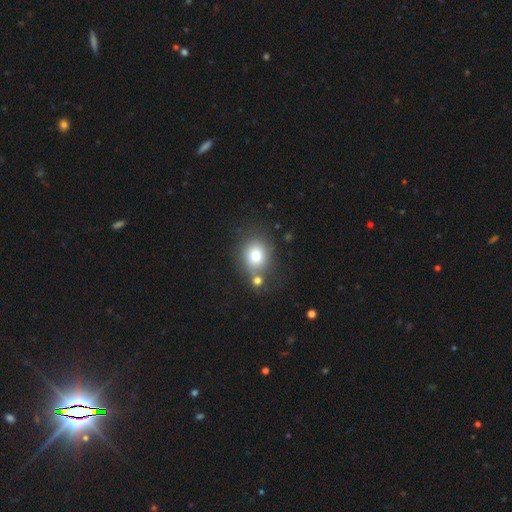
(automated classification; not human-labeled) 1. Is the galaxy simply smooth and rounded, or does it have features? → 76% smooth, 12% featured or disk, 12% star or artifact.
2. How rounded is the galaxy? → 67% round, 32% in between, 1% cigar-shaped.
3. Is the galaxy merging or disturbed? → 61% none, 21% merger, 13% minor disturbance, 5% major disturbance.